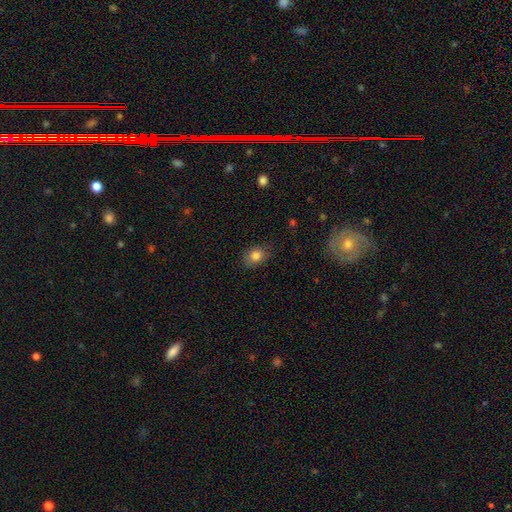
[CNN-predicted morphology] smooth_or_featured: smooth (p=0.82) [alt: star or artifact p=0.10]
how_rounded: in between (p=0.60) [alt: round p=0.39]
merging: none (p=0.81) [alt: minor disturbance p=0.15]